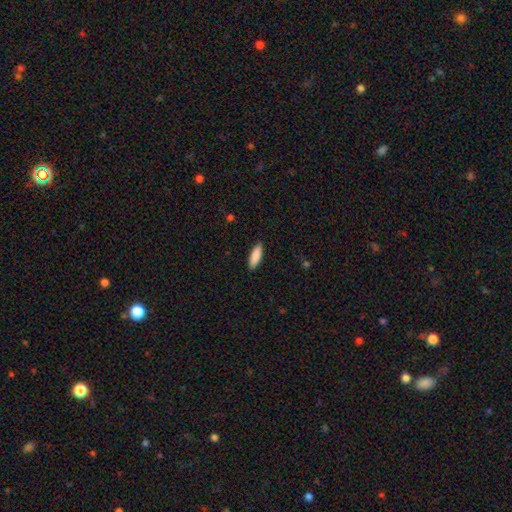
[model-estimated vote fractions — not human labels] This appears to be a smooth galaxy with no disk features (89%) that is in between round and cigar-shaped (53%). Merging: none (89%).